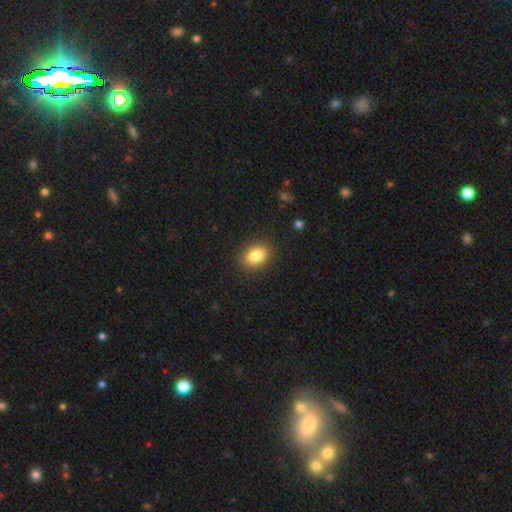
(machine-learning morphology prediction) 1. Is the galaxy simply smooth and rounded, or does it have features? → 85% smooth, 9% star or artifact, 7% featured or disk.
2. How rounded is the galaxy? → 76% in between, 23% round, 1% cigar-shaped.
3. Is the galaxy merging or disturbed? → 88% none, 9% minor disturbance, 3% major disturbance, 1% merger.